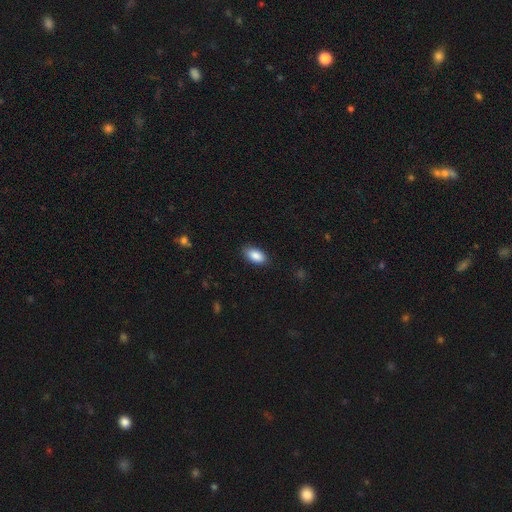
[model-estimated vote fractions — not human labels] A smooth galaxy with no disk features (88%) that is in between round and cigar-shaped (93%).

Vote fractions:
- Smooth or featured? smooth: 88% / star or artifact: 7% / featured or disk: 5%
- How rounded? in between: 93% / cigar-shaped: 4% / round: 3%
- Merging? none: 86% / minor disturbance: 11% / major disturbance: 2% / merger: 1%